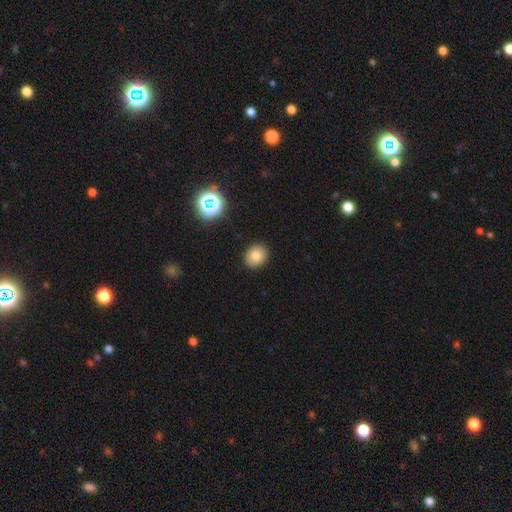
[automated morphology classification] smooth 78%, star or artifact 12%, featured or disk 10%. Down the decision tree: how rounded — round (69%); merging — none (90%).